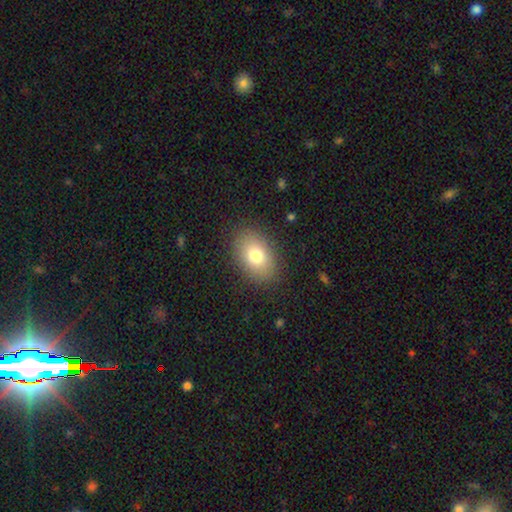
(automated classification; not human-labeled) This appears to be a smooth galaxy with no disk features (79%) that is in between round and cigar-shaped (84%). Merging: none (86%).